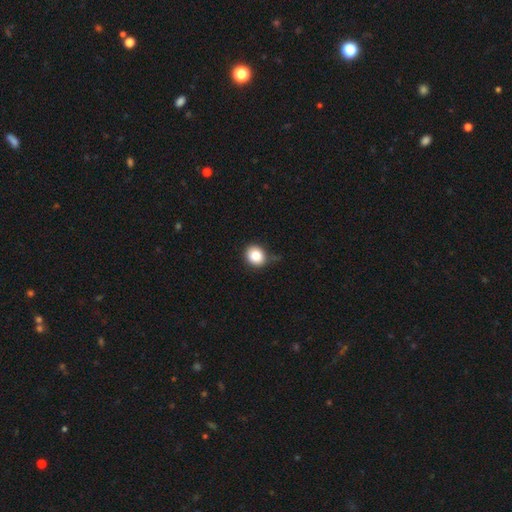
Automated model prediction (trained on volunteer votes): Smooth or featured?
  - smooth: 86% *
  - star or artifact: 9%
  - featured or disk: 5%
How rounded?
  - round: 69% *
  - in between: 30%
  - cigar-shaped: 1%
Merging?
  - none: 76% *
  - minor disturbance: 18%
  - major disturbance: 4%
  - merger: 2%